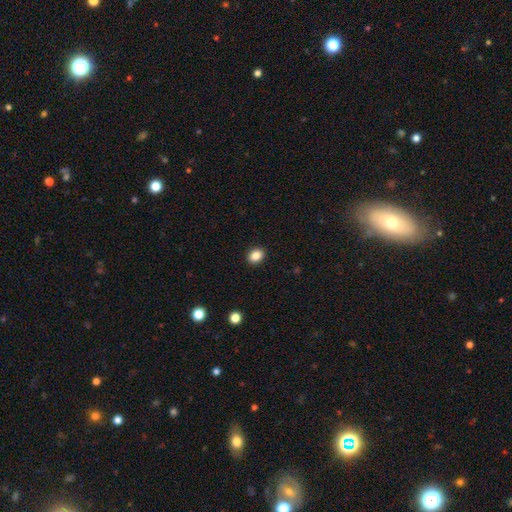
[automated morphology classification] A smooth galaxy with no disk features (87%) that is in between round and cigar-shaped (58%). Merging: none (91%).